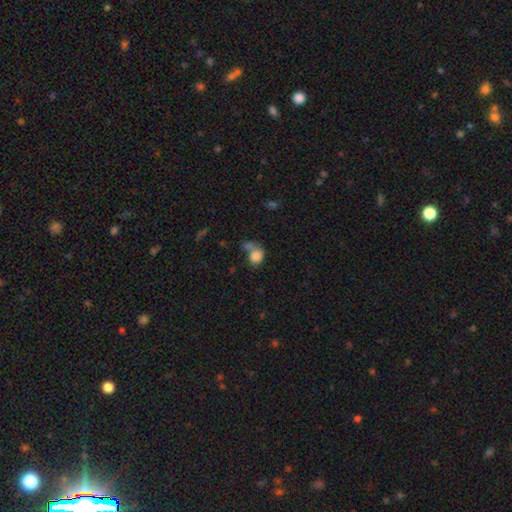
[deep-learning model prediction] Smooth or featured?
  - smooth: 82% *
  - star or artifact: 10%
  - featured or disk: 8%
How rounded?
  - round: 59% *
  - in between: 40%
  - cigar-shaped: 1%
Merging?
  - merger: 36% *
  - none: 34%
  - minor disturbance: 16%
  - major disturbance: 14%